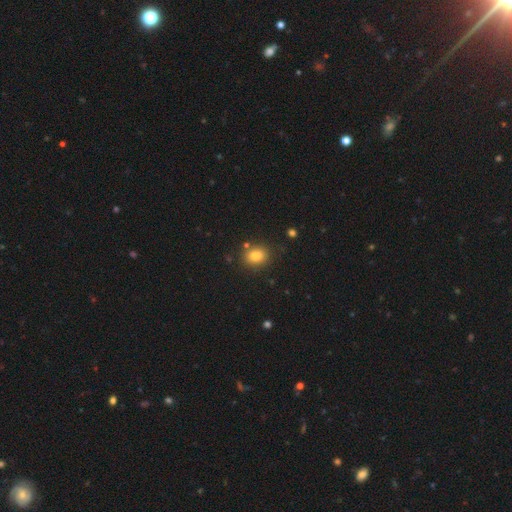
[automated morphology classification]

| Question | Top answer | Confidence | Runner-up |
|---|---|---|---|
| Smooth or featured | smooth | 82% | star or artifact (11%) |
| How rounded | in between | 53% | round (46%) |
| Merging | none | 80% | minor disturbance (12%) |